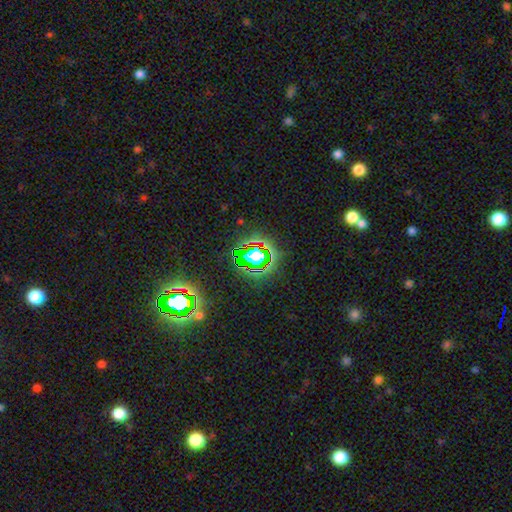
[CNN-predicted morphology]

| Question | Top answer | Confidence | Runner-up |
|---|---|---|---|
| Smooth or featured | star or artifact | 65% | smooth (22%) |